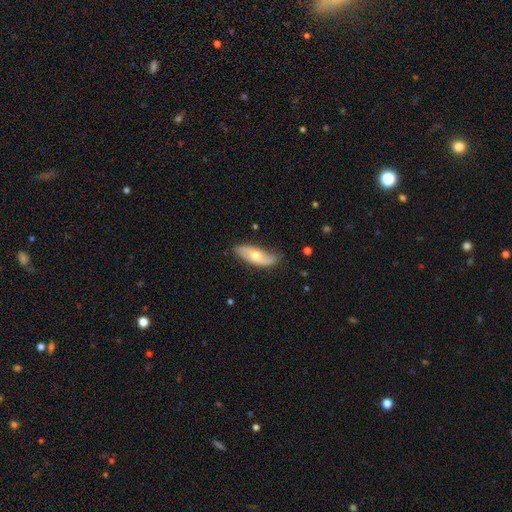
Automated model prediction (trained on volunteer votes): Smooth or featured: smooth — 52% (featured or disk — 42%)
How rounded: in between — 70% (cigar-shaped — 27%)
Merging: none — 68% (minor disturbance — 26%)